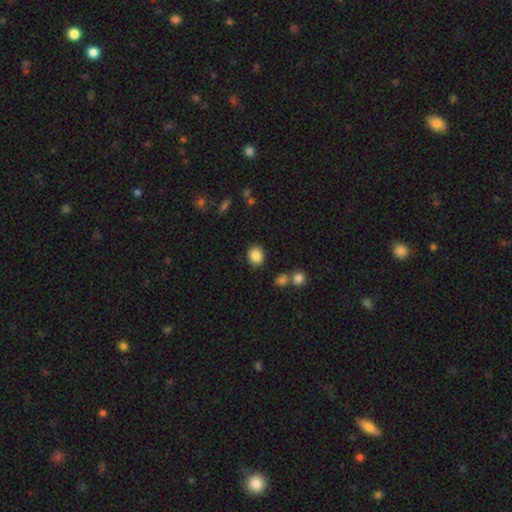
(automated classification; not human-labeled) The model was most divided on "how rounded": round: 62%, in between: 37%, cigar-shaped: 1%. More confident: smooth or featured — smooth (87%); merging — none (85%).